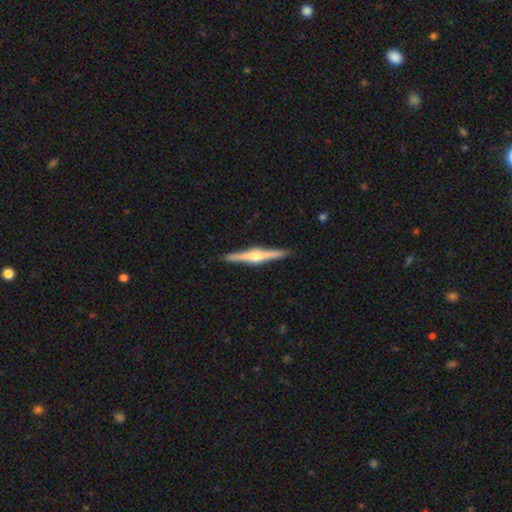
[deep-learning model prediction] The model was most divided on "smooth or featured": featured or disk: 81%, smooth: 14%, star or artifact: 5%. More confident: edge-on disk — yes (99%); edge-on bulge — rounded (92%); merging — none (92%).